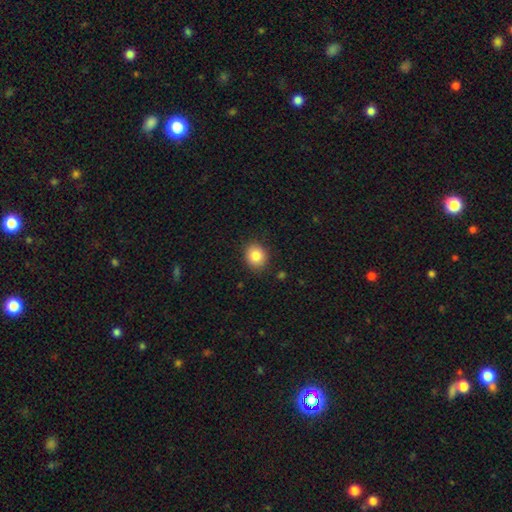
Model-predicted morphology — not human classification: A smooth galaxy with no disk features (85%) that is round (68%).

Vote fractions:
- Smooth or featured? smooth: 85% / star or artifact: 9% / featured or disk: 6%
- How rounded? round: 68% / in between: 31% / cigar-shaped: 1%
- Merging? none: 88% / minor disturbance: 9% / major disturbance: 2% / merger: 1%